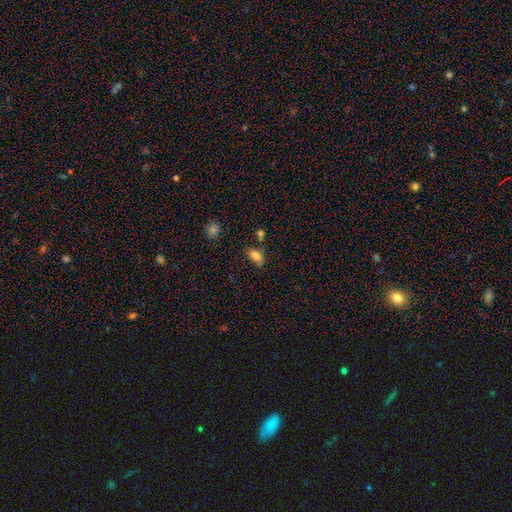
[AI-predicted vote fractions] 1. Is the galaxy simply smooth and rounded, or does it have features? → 81% smooth, 10% star or artifact, 9% featured or disk.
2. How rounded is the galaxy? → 88% in between, 7% round, 5% cigar-shaped.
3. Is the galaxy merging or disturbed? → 69% none, 18% minor disturbance, 8% merger, 4% major disturbance.